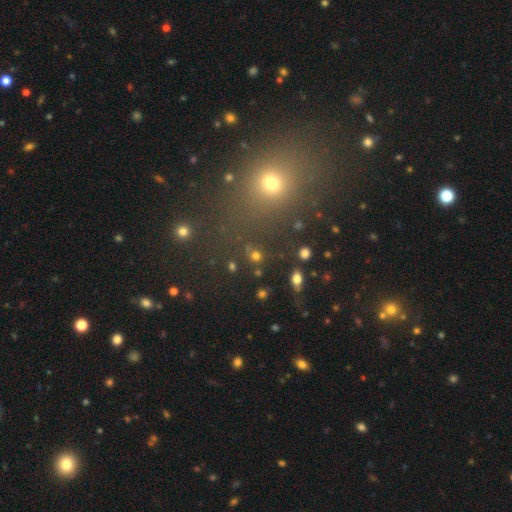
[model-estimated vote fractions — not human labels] Smooth or featured: smooth — 61% (star or artifact — 29%)
How rounded: round — 72% (in between — 25%)
Merging: none — 79% (minor disturbance — 8%)